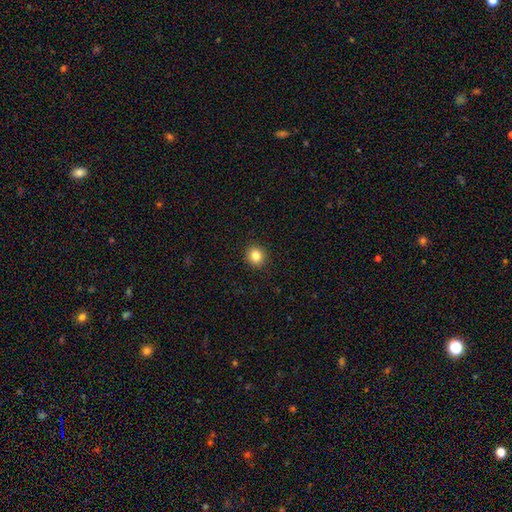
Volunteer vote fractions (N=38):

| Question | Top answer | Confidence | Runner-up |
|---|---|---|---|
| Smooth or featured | smooth | 97% | featured or disk (3%) |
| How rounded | round | 92% | in between (8%) |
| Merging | none | 92% | minor disturbance (3%) |